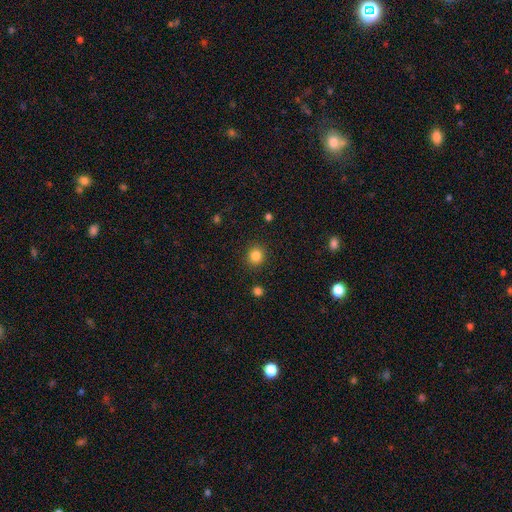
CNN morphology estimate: This appears to be a smooth galaxy with no disk features (84%) that is round (86%). Merging: none (90%).